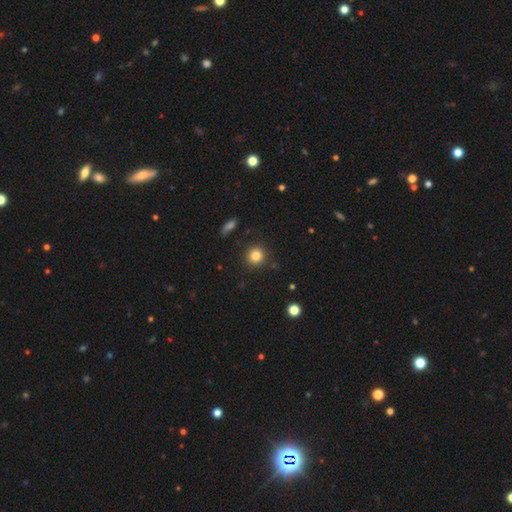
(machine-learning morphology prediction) Smooth or featured: smooth — 83% (star or artifact — 11%)
How rounded: round — 93% (in between — 6%)
Merging: none — 88% (minor disturbance — 7%)